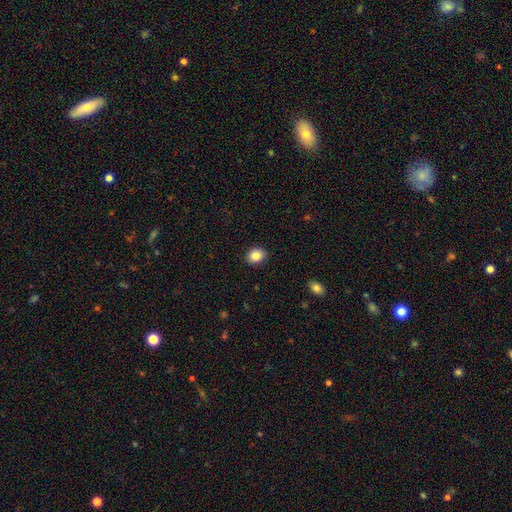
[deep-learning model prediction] A smooth galaxy with no disk features (86%) that is in between round and cigar-shaped (51%). Merging: none (90%).